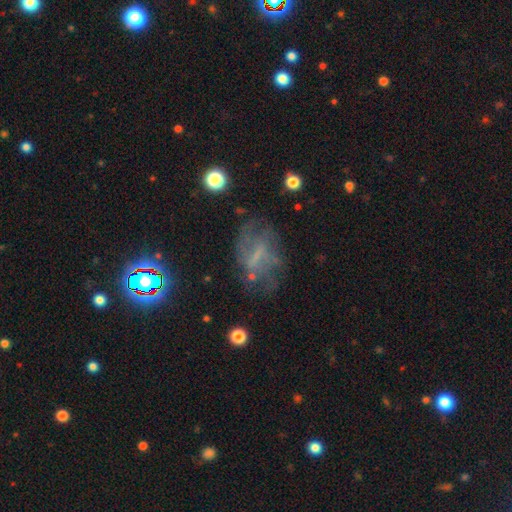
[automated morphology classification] featured or disk 50%, smooth 26%, star or artifact 24%. Down the decision tree: merging — none (57%).